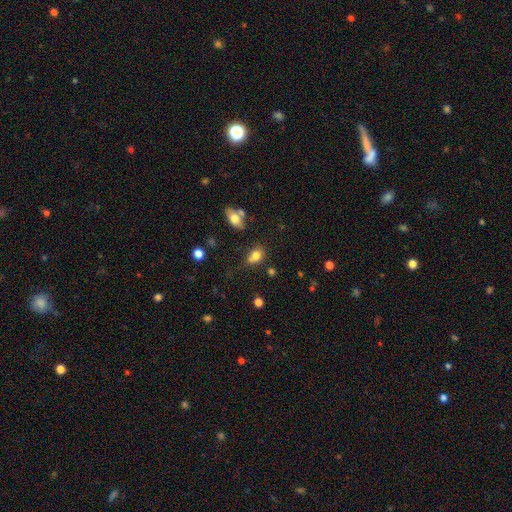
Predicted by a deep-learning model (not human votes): A smooth galaxy with no disk features (77%) that is in between round and cigar-shaped (59%). Merging: none (48%).